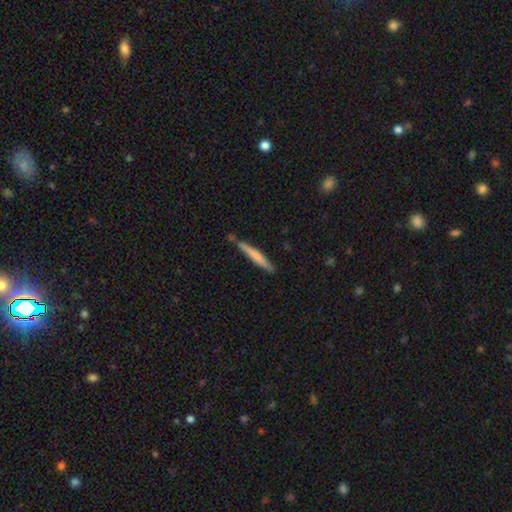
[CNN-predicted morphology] A smooth galaxy with no disk features (64%) that is cigar-shaped (95%).

Vote fractions:
- Smooth or featured? smooth: 64% / featured or disk: 31% / star or artifact: 5%
- How rounded? cigar-shaped: 95% / in between: 3% / round: 1%
- Merging? none: 77% / minor disturbance: 14% / merger: 6% / major disturbance: 2%